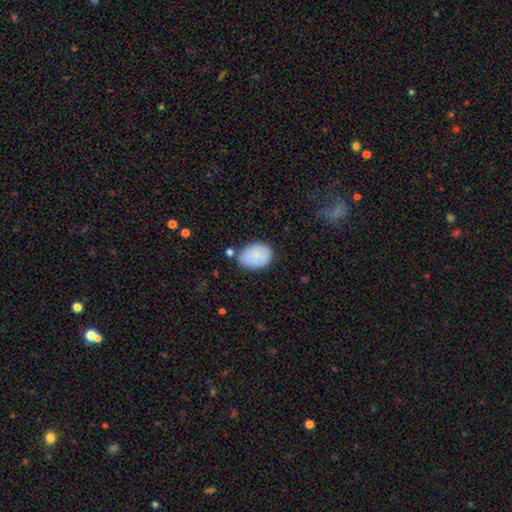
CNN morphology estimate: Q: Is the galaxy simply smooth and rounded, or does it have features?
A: smooth — 84%.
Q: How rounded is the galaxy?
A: in between — 84%.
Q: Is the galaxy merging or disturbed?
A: none — 62%.